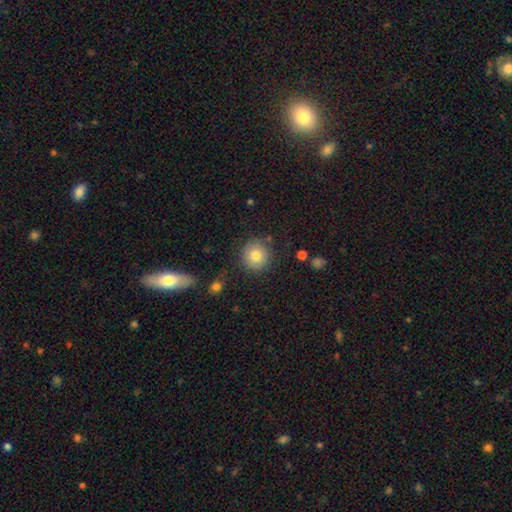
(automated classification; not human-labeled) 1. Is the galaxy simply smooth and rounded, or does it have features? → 79% smooth, 11% featured or disk, 10% star or artifact.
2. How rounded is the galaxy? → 92% round, 7% in between, 1% cigar-shaped.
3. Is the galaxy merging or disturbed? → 85% none, 9% minor disturbance, 3% major disturbance, 2% merger.